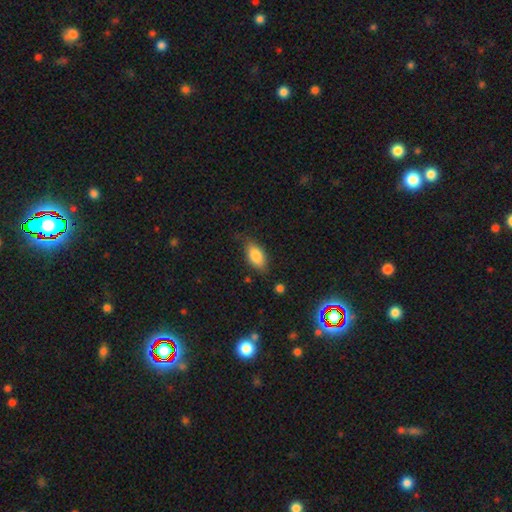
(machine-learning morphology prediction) Overall: smooth (82%). How rounded: in between (89%). Merging: none (73%).